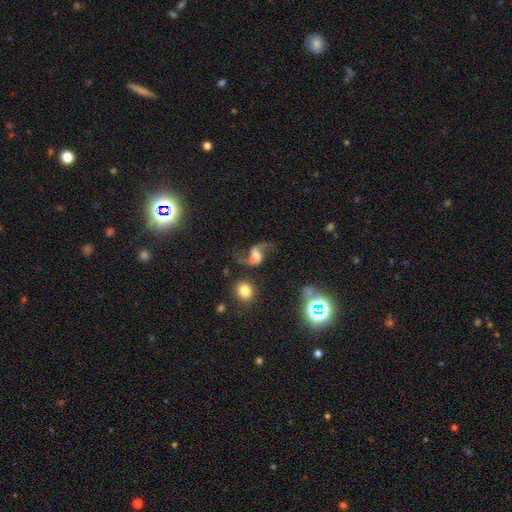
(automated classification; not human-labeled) This is likely a featured or disk galaxy (79%). It is clearly not viewed edge-on (97%). Bar: marginally weak (42%). Spiral arm pattern: clearly yes (94%). Spiral arm count: clearly 2 (92%). Spiral winding: clearly loose (84%). Central bulge: marginally moderate (37%). Merging: possibly none (56%).